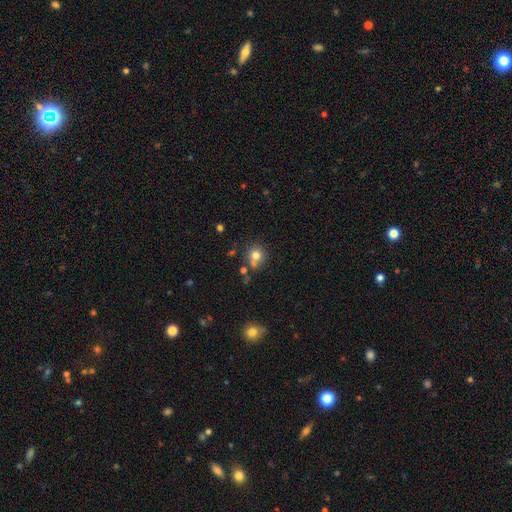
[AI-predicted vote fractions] Smooth or featured? Predicted: smooth (p=0.76). How rounded? Predicted: round (p=0.83). Merging? Predicted: none (p=0.59).